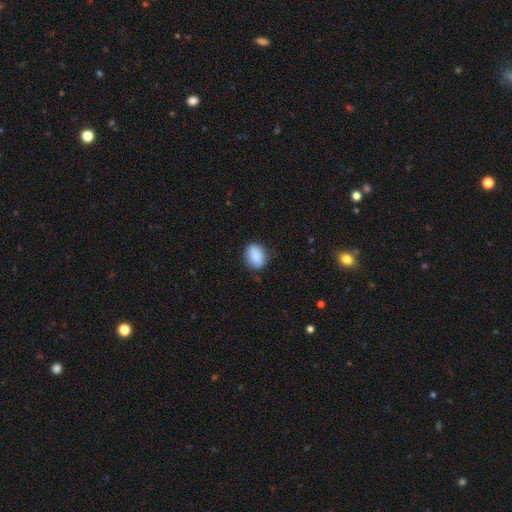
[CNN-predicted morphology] The model was most divided on "how rounded": in between: 68%, round: 30%, cigar-shaped: 1%. More confident: smooth or featured — smooth (88%); merging — none (80%).